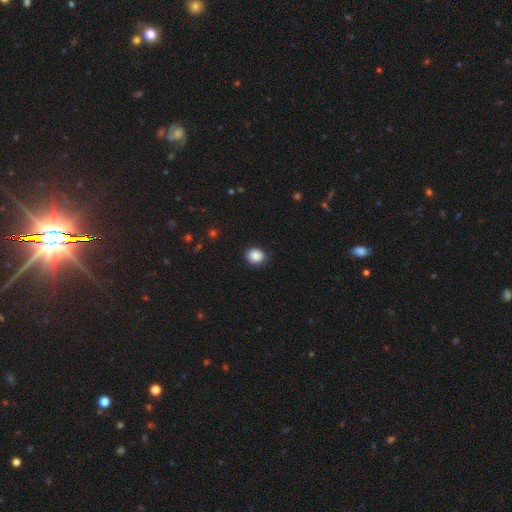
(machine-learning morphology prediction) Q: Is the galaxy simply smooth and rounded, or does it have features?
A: smooth — 88%.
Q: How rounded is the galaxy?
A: round — 73%.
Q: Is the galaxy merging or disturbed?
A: none — 88%.